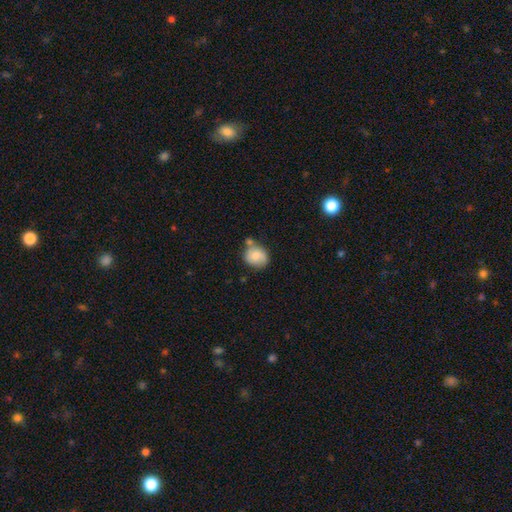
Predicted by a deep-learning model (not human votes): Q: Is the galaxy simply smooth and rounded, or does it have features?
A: smooth — 75%.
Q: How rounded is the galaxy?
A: round — 73%.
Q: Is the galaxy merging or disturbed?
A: none — 52%.